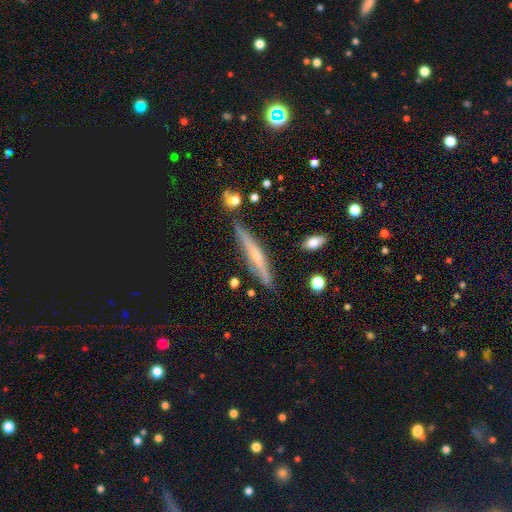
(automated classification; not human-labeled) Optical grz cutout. It shows a featured or disk galaxy (64%) viewed edge-on (94%) with a rounded central bulge (58%). Merging: none (80%).